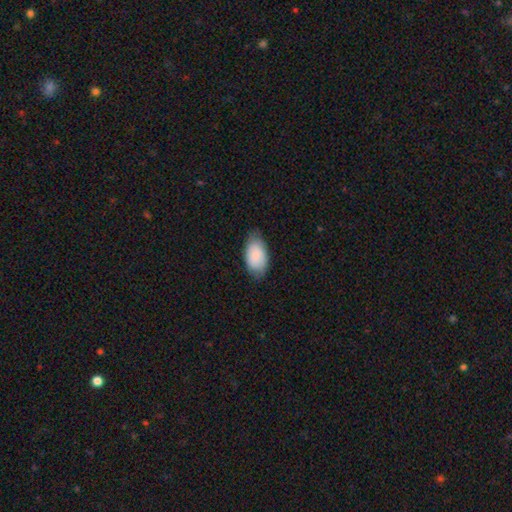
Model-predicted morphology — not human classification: A smooth galaxy with no disk features (86%) that is in between round and cigar-shaped (94%).

Vote fractions:
- Smooth or featured? smooth: 86% / featured or disk: 8% / star or artifact: 6%
- How rounded? in between: 94% / round: 4% / cigar-shaped: 2%
- Merging? none: 73% / minor disturbance: 21% / major disturbance: 4% / merger: 1%